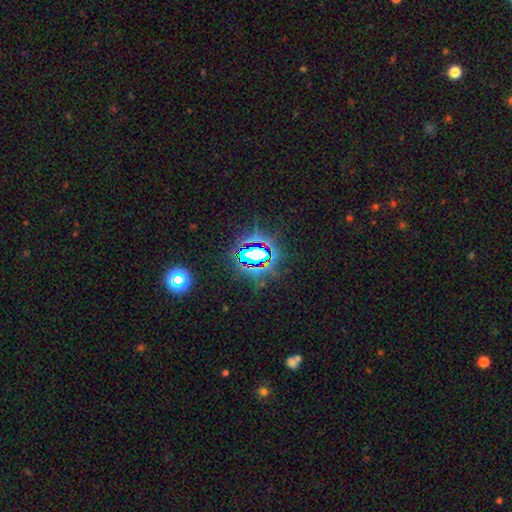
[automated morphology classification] Smooth or featured? Predicted: star or artifact (p=0.75).